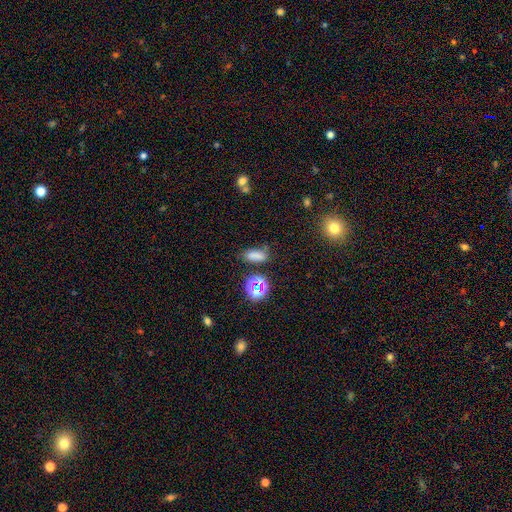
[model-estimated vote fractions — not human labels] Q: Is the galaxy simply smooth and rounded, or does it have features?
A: smooth — 73%.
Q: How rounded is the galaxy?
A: in between — 75%.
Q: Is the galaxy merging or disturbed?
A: none — 73%.